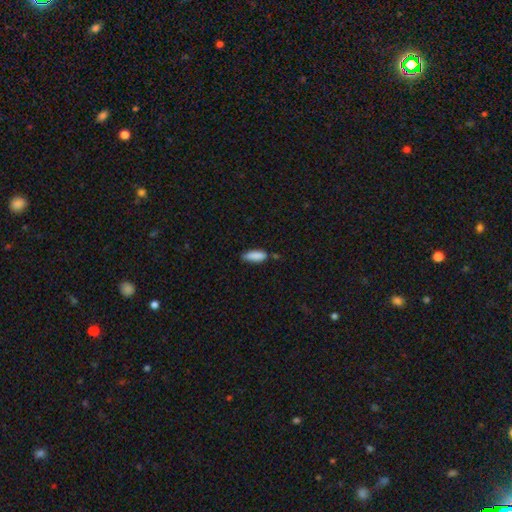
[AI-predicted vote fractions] This appears to be a smooth galaxy with no disk features (86%) that is in between round and cigar-shaped (62%). Merging: none (63%).